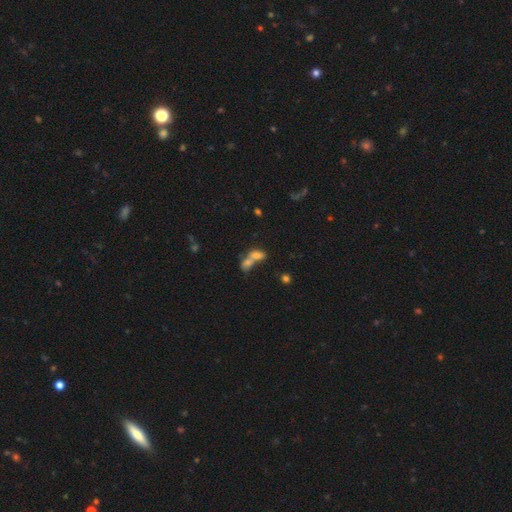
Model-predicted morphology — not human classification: A smooth galaxy with no disk features (67%) that is in between round and cigar-shaped (76%). Merging: merger (69%).